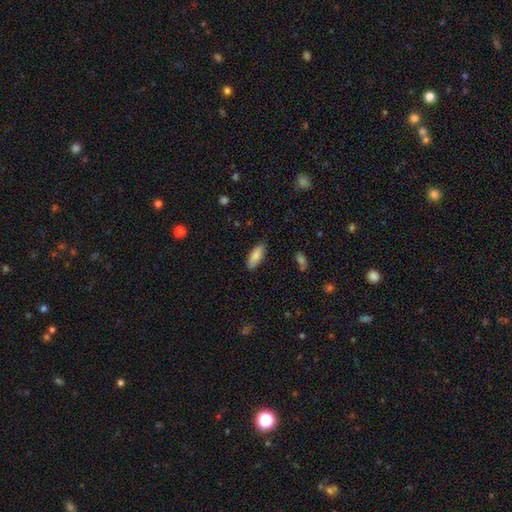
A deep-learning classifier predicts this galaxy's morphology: smooth-or-featured: smooth: 85% | featured or disk: 8% | star or artifact: 6%
  how-rounded: in between: 78% | cigar-shaped: 20% | round: 2%
  merging: none: 84% | minor disturbance: 12% | major disturbance: 2% | merger: 1%